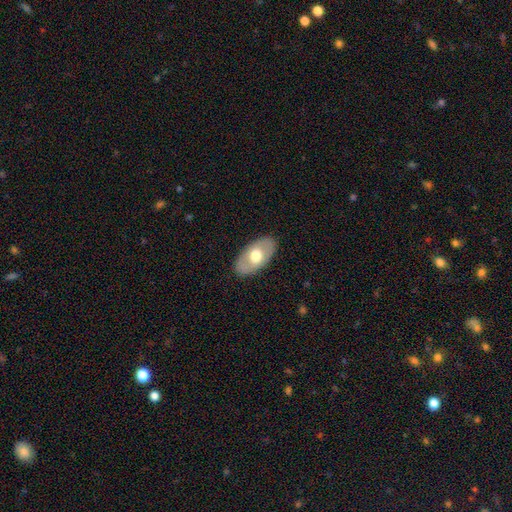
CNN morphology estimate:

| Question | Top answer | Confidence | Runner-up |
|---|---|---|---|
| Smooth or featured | smooth | 56% | featured or disk (38%) |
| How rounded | in between | 94% | round (5%) |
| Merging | none | 86% | minor disturbance (11%) |